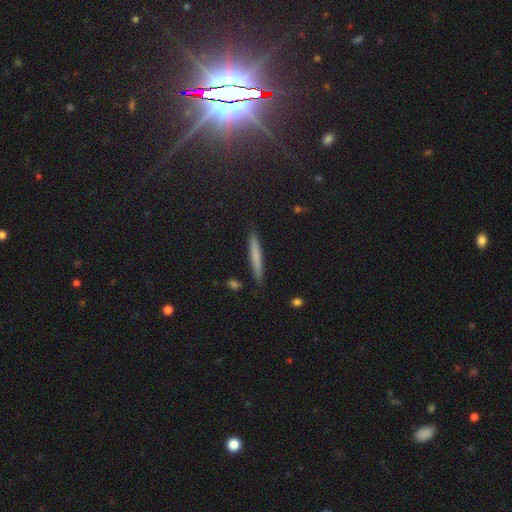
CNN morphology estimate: This is likely a smooth galaxy (67%). How rounded: clearly cigar-shaped (95%). Merging: clearly none (87%).